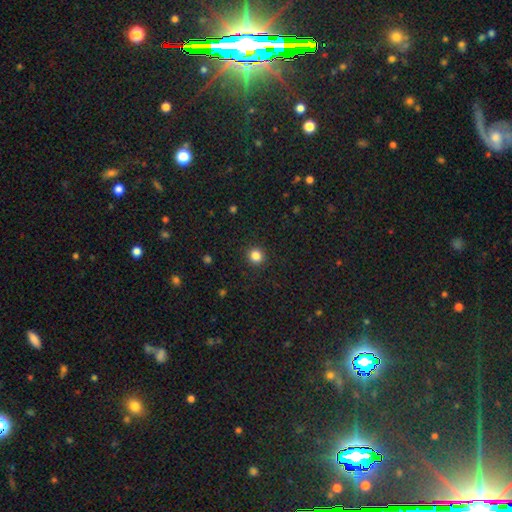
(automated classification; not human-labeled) The model was most divided on "smooth or featured": smooth: 84%, star or artifact: 12%, featured or disk: 4%. More confident: how rounded — round (93%); merging — none (92%).